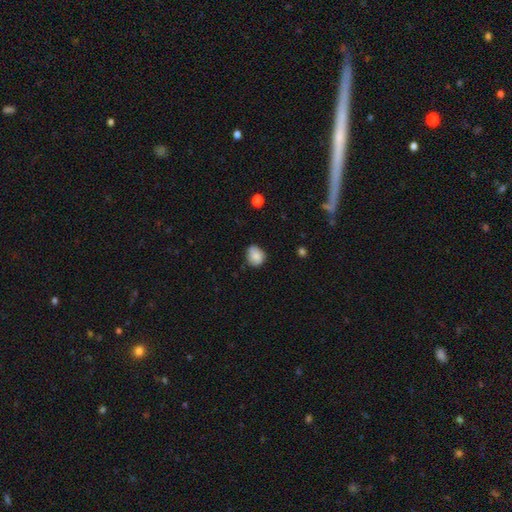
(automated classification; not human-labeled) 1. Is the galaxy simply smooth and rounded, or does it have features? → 83% smooth, 9% featured or disk, 8% star or artifact.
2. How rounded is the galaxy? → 61% round, 38% in between, 1% cigar-shaped.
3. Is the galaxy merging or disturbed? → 67% none, 27% minor disturbance, 5% major disturbance, 2% merger.